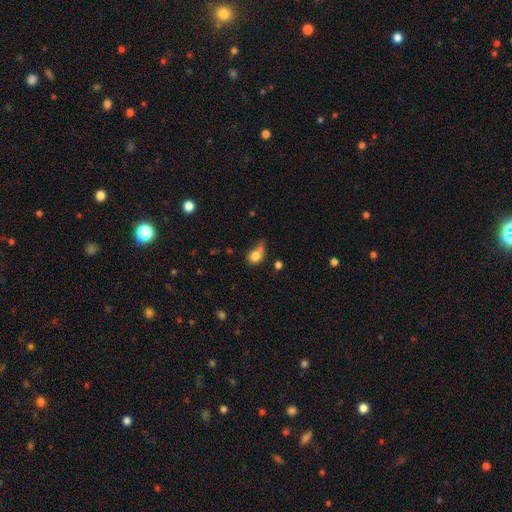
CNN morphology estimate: smooth-or-featured: smooth: 78% | star or artifact: 11% | featured or disk: 11%
  how-rounded: round: 62% | in between: 37% | cigar-shaped: 1%
  merging: merger: 39% | none: 36% | minor disturbance: 16% | major disturbance: 9%